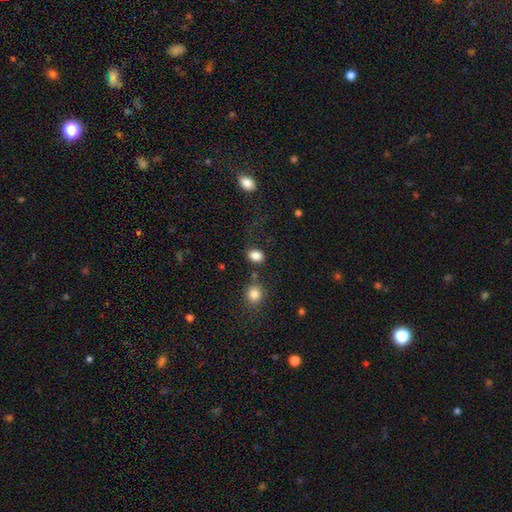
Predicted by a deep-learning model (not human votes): Smooth or featured: smooth — 85% (star or artifact — 10%)
How rounded: in between — 69% (round — 29%)
Merging: none — 71% (minor disturbance — 15%)